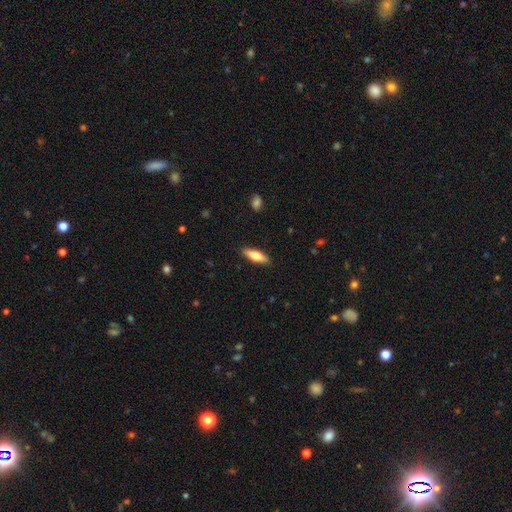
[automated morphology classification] This is likely a smooth galaxy (68%). How rounded: possibly in between (51%). Merging: clearly none (89%).